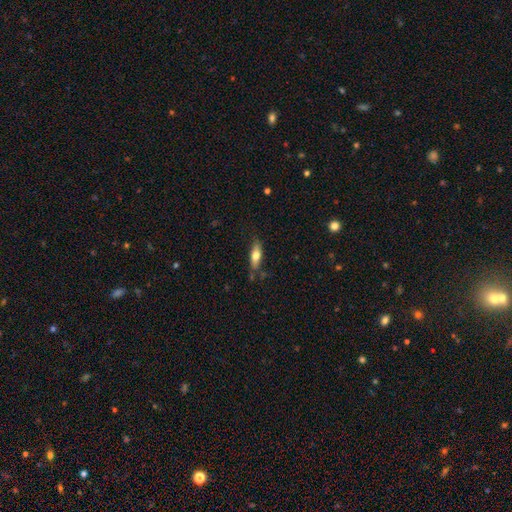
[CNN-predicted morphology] type=smooth (68%); roundness=in between (59%); merging=none (72%).